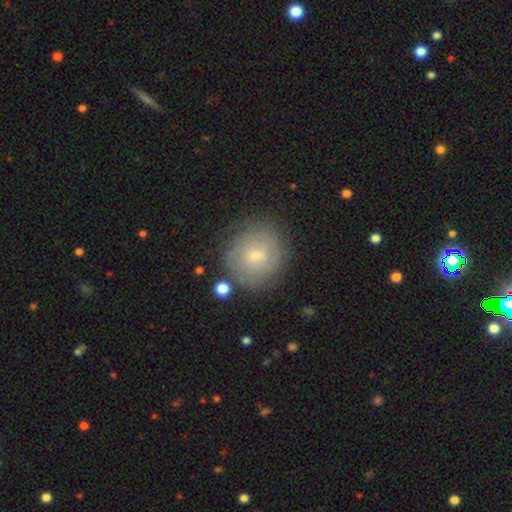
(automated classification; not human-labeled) smooth 47%, featured or disk 45%, star or artifact 8%. Down the decision tree: merging — none (77%).